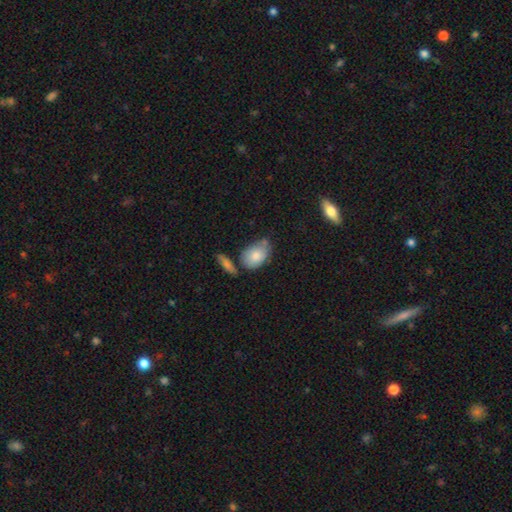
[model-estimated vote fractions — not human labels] A smooth galaxy with no disk features (80%) that is in between round and cigar-shaped (85%).

Vote fractions:
- Smooth or featured? smooth: 80% / featured or disk: 14% / star or artifact: 6%
- How rounded? in between: 85% / round: 13% / cigar-shaped: 2%
- Merging? none: 54% / minor disturbance: 23% / merger: 17% / major disturbance: 6%